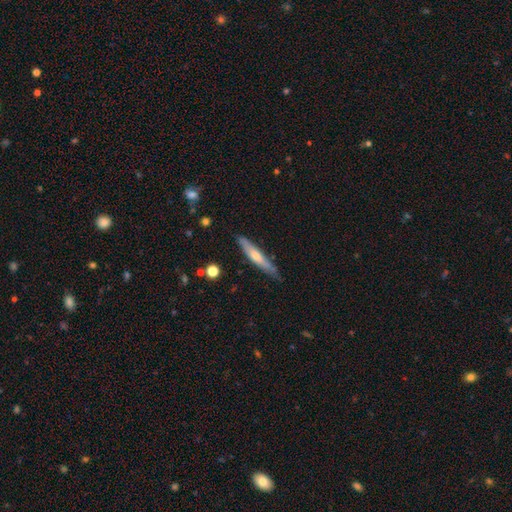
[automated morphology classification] Smooth or featured?
  - featured or disk: 56% *
  - smooth: 38%
  - star or artifact: 7%
Edge-on disk?
  - yes: 89% *
  - no: 11%
Merging?
  - none: 83% *
  - minor disturbance: 14%
  - major disturbance: 2%
  - merger: 1%